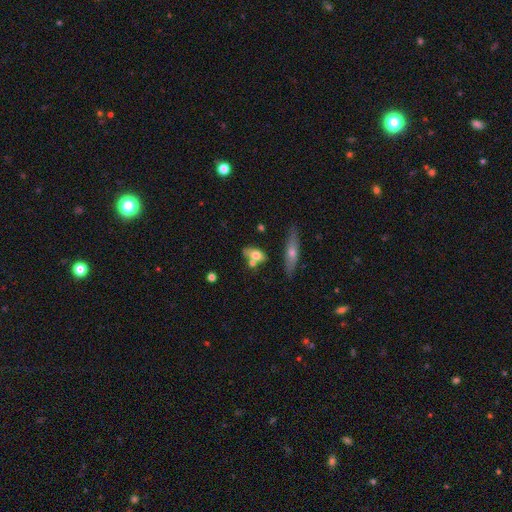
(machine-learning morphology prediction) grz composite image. It shows a smooth galaxy with no disk features (66%) that is in between round and cigar-shaped (73%). Merging: none (47%).